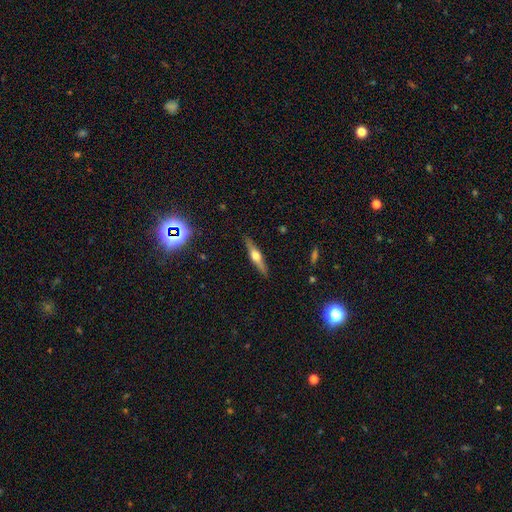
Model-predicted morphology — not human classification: type=featured or disk (65%); edge-on=yes (96%); edge-on bulge=rounded (93%); merging=none (89%).